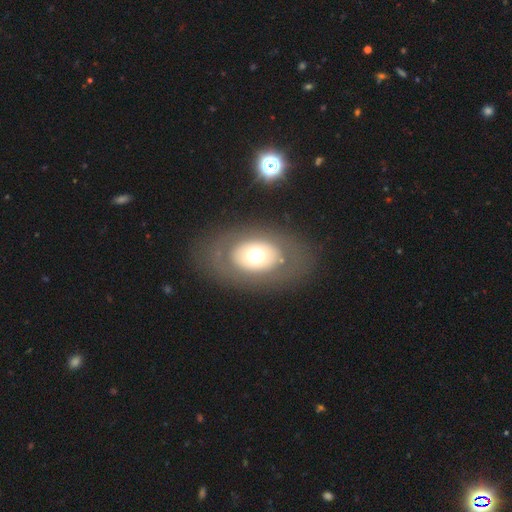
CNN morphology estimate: The model was most divided on "smooth or featured": smooth: 51%, featured or disk: 41%, star or artifact: 9%. More confident: merging — none (80%); how rounded — in between (77%).